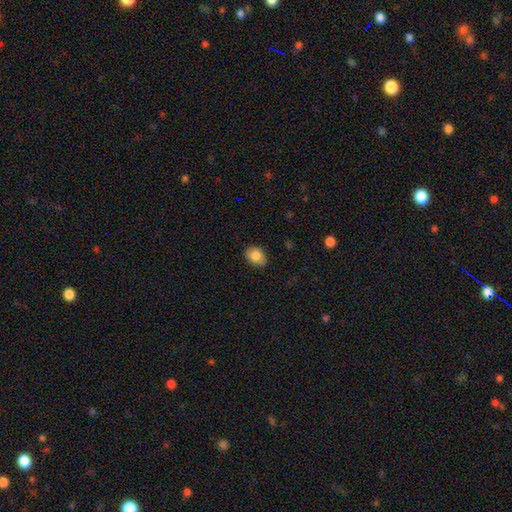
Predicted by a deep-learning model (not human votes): A smooth galaxy with no disk features (83%) that is in between round and cigar-shaped (64%).

Vote fractions:
- Smooth or featured? smooth: 83% / featured or disk: 9% / star or artifact: 8%
- How rounded? in between: 64% / round: 35% / cigar-shaped: 1%
- Merging? none: 81% / minor disturbance: 15% / major disturbance: 3% / merger: 1%